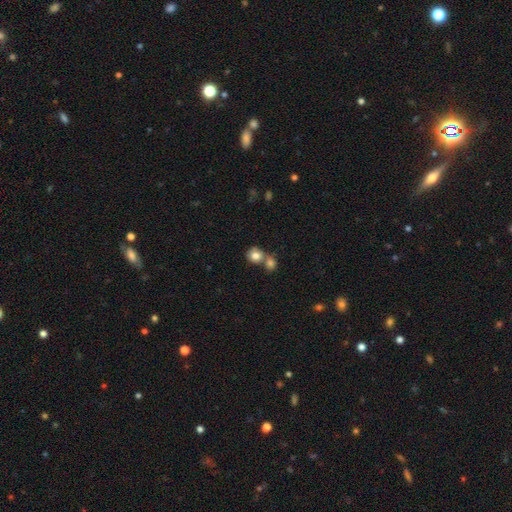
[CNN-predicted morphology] Q: Smooth or featured?
A: smooth (81%); runner-up: featured or disk (10%)
Q: How rounded?
A: round (82%); runner-up: in between (17%)
Q: Merging?
A: merger (46%); runner-up: none (43%)